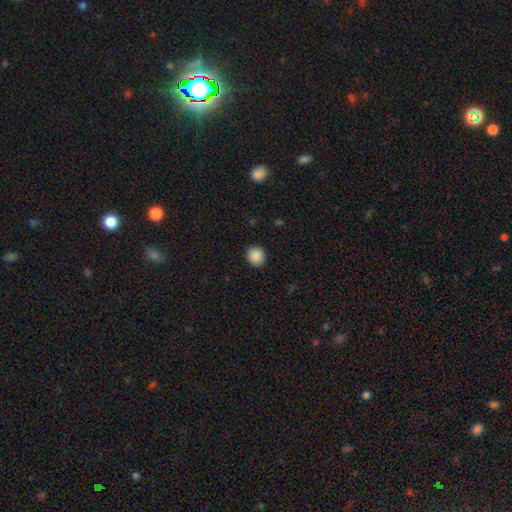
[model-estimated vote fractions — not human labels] A smooth galaxy with no disk features (88%) that is round (89%).

Vote fractions:
- Smooth or featured? smooth: 88% / star or artifact: 9% / featured or disk: 2%
- How rounded? round: 89% / in between: 10% / cigar-shaped: 1%
- Merging? none: 91% / minor disturbance: 6% / major disturbance: 2% / merger: 1%